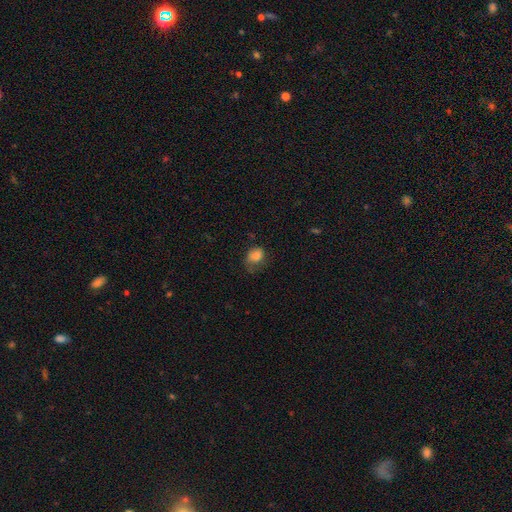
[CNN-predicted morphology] A smooth galaxy with no disk features (80%) that is in between round and cigar-shaped (55%). Merging: none (44%).